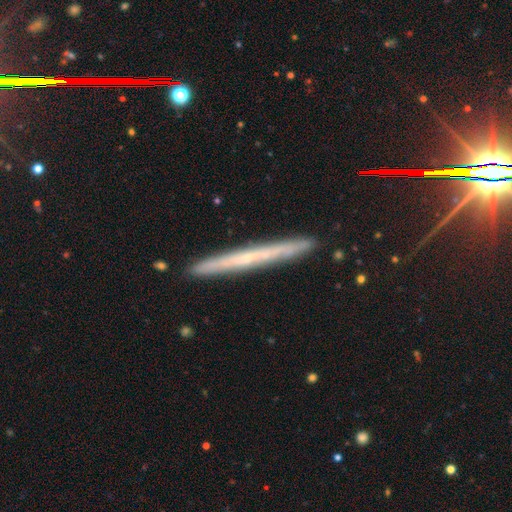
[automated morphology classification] smooth_or_featured: featured or disk (p=0.61) [alt: smooth p=0.31]
disk_edge_on: yes (p=0.96) [alt: no p=0.04]
edge_on_bulge: none (p=0.69) [alt: rounded p=0.28]
merging: none (p=0.91) [alt: minor disturbance p=0.07]